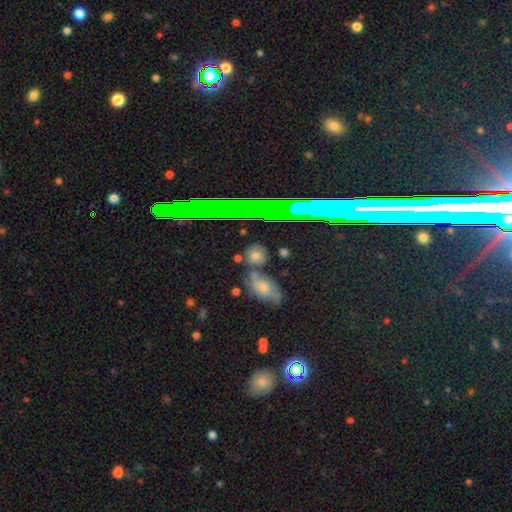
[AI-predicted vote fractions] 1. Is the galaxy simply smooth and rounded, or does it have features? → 60% smooth, 23% star or artifact, 17% featured or disk.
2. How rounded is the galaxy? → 67% round, 28% in between, 4% cigar-shaped.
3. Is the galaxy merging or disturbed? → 64% none, 15% minor disturbance, 14% merger, 7% major disturbance.